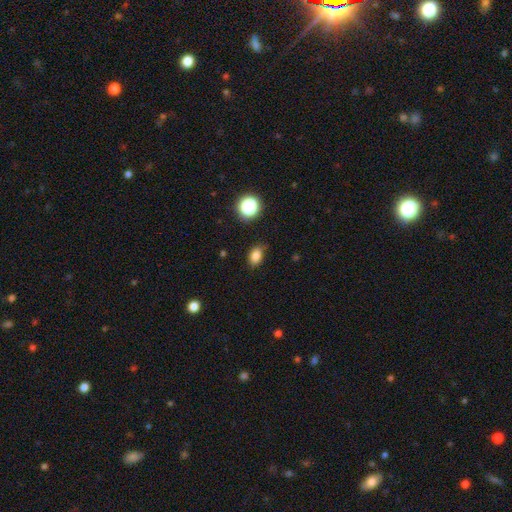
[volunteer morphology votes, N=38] A smooth galaxy with no disk features (84%) that is in between round and cigar-shaped (88%). Merging: none (59%).